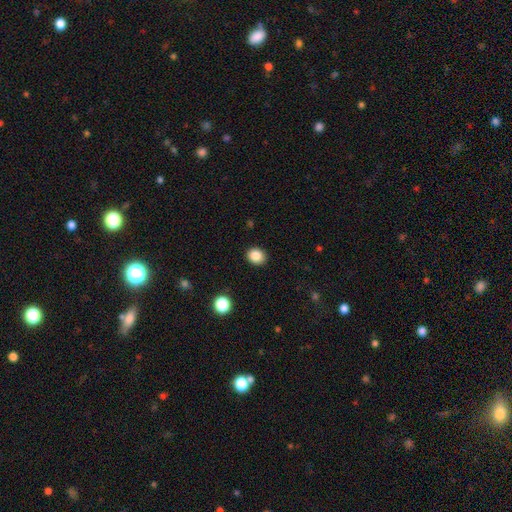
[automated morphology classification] type=smooth (86%); roundness=round (64%); merging=none (91%).